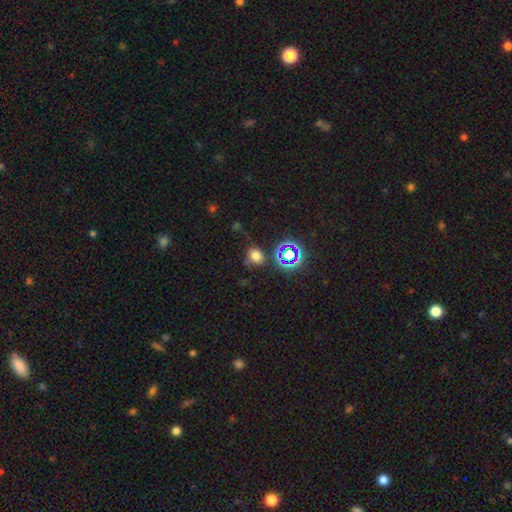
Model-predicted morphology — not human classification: smooth-or-featured: smooth: 66% | star or artifact: 26% | featured or disk: 8%
  how-rounded: round: 69% | in between: 29% | cigar-shaped: 1%
  merging: none: 70% | minor disturbance: 16% | merger: 8% | major disturbance: 7%